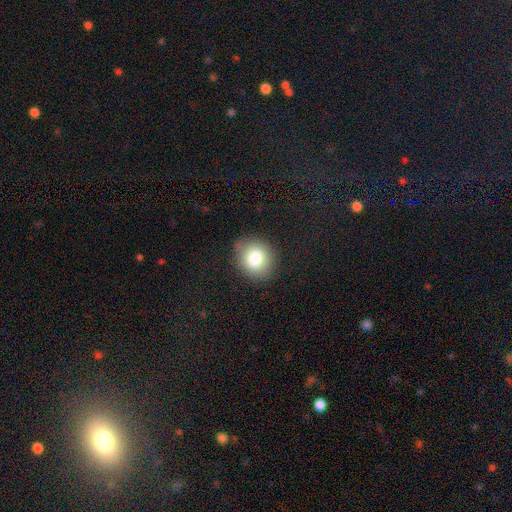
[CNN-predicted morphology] smooth-or-featured: smooth: 80% | star or artifact: 10% | featured or disk: 10%
  how-rounded: round: 70% | in between: 29% | cigar-shaped: 1%
  merging: none: 84% | minor disturbance: 12% | major disturbance: 3% | merger: 1%